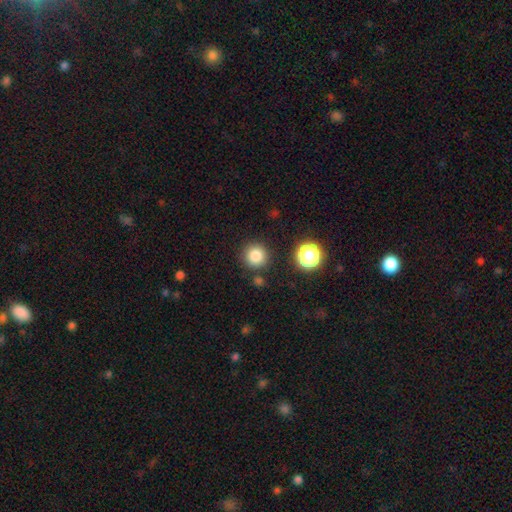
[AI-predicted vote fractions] Q: Smooth or featured?
A: smooth (84%); runner-up: star or artifact (11%)
Q: How rounded?
A: round (95%); runner-up: in between (4%)
Q: Merging?
A: none (87%); runner-up: minor disturbance (7%)